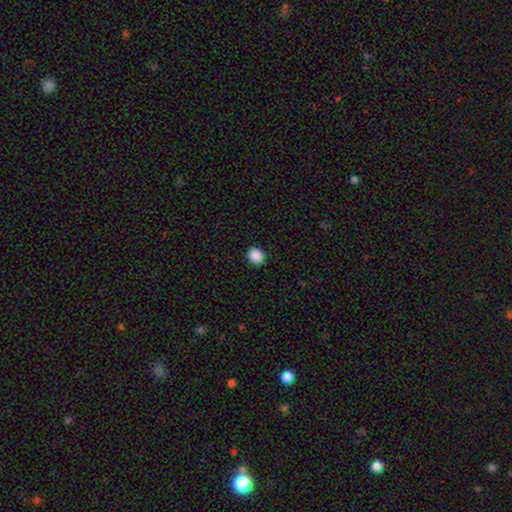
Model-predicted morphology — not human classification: Q: Smooth or featured?
A: smooth (89%); runner-up: star or artifact (9%)
Q: How rounded?
A: round (79%); runner-up: in between (20%)
Q: Merging?
A: none (92%); runner-up: minor disturbance (5%)